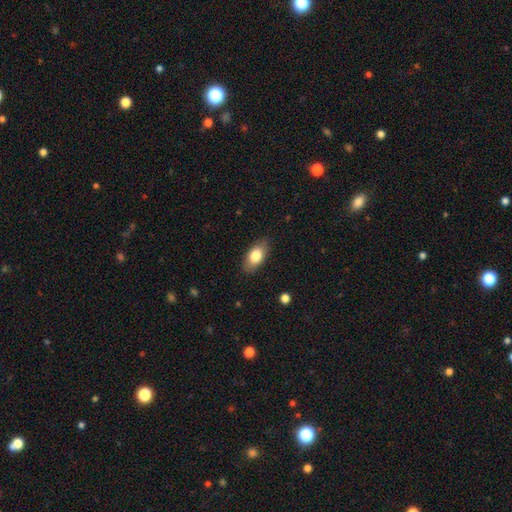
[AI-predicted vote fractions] This appears to be a smooth galaxy with no disk features (79%) that is in between round and cigar-shaped (90%). Merging: none (85%).